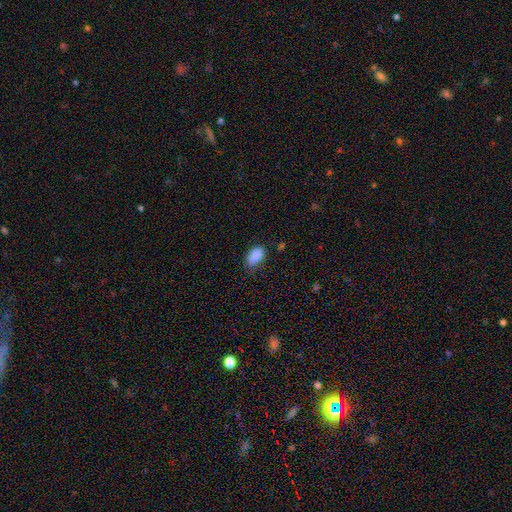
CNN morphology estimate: Overall: smooth (89%). How rounded: in between (92%). Merging: none (73%).